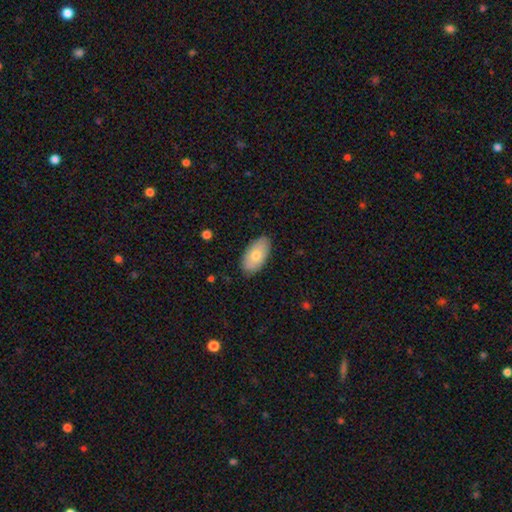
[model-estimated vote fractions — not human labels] A smooth galaxy with no disk features (74%) that is in between round and cigar-shaped (94%). Merging: none (85%).